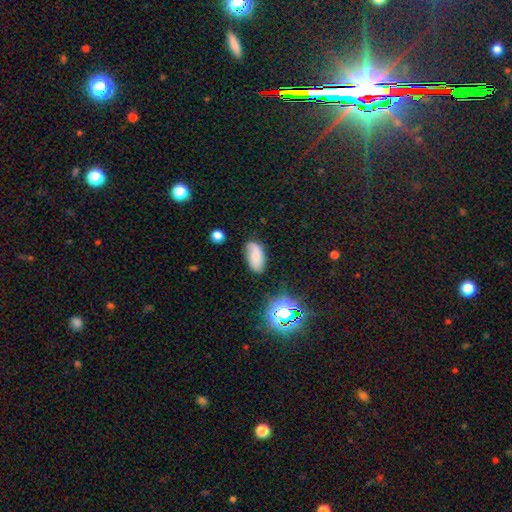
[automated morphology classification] Smooth or featured?
  - smooth: 61% *
  - featured or disk: 25%
  - star or artifact: 13%
How rounded?
  - in between: 90% *
  - round: 5%
  - cigar-shaped: 5%
Merging?
  - none: 62% *
  - minor disturbance: 26%
  - major disturbance: 9%
  - merger: 4%